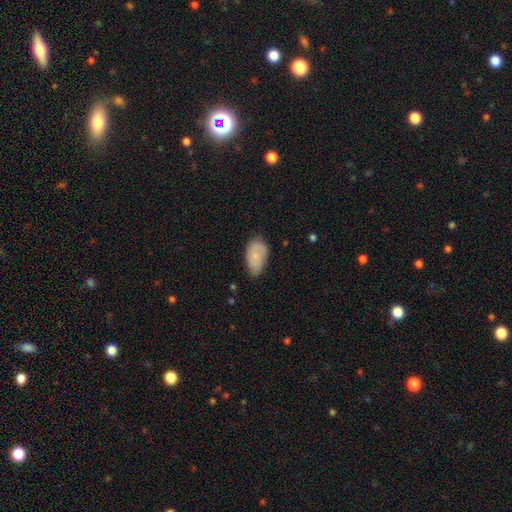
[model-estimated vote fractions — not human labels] A smooth galaxy with no disk features (64%) that is in between round and cigar-shaped (93%).

Vote fractions:
- Smooth or featured? smooth: 64% / featured or disk: 28% / star or artifact: 7%
- How rounded? in between: 93% / round: 5% / cigar-shaped: 2%
- Merging? none: 64% / minor disturbance: 28% / major disturbance: 6% / merger: 2%